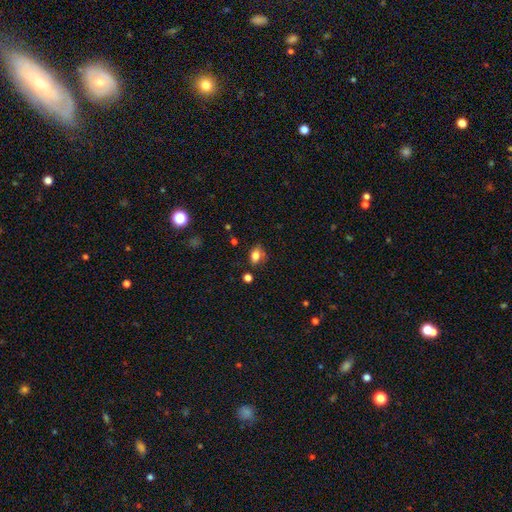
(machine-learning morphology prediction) This is likely a smooth galaxy (78%). How rounded: likely in between (79%). Merging: likely none (69%).